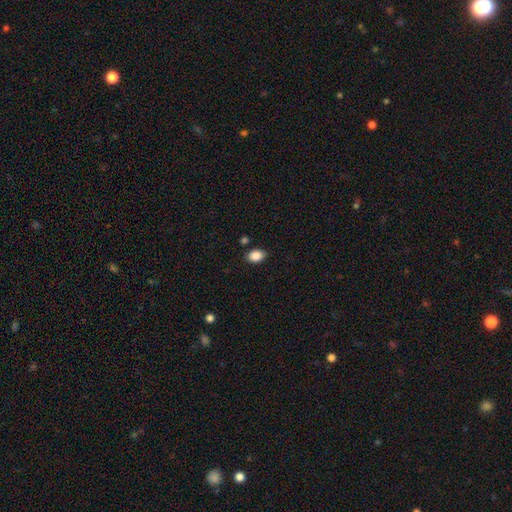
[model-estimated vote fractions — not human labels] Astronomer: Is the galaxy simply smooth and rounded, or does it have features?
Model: smooth — 88%.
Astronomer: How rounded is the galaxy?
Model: in between — 80%.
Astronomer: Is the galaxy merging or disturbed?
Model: none — 83%.